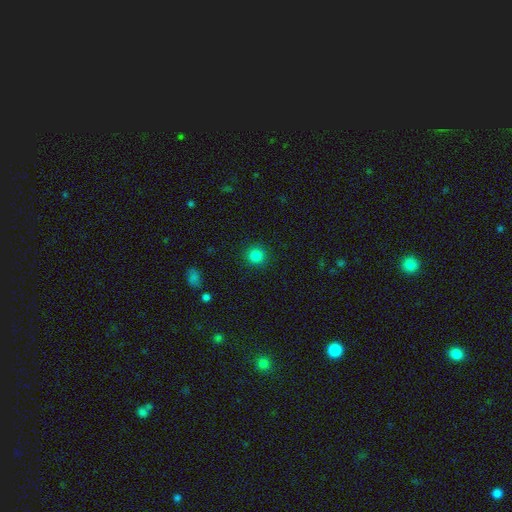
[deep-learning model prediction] Smooth or featured? Predicted: smooth (p=0.84). How rounded? Predicted: round (p=0.94). Merging? Predicted: none (p=0.91).